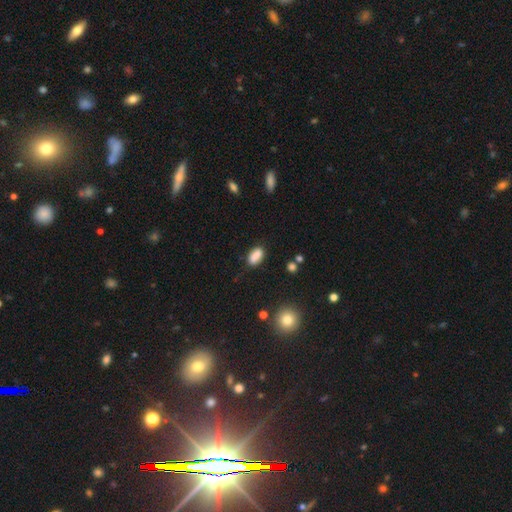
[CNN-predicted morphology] This appears to be a smooth galaxy with no disk features (85%) that is in between round and cigar-shaped (89%). Merging: none (73%).